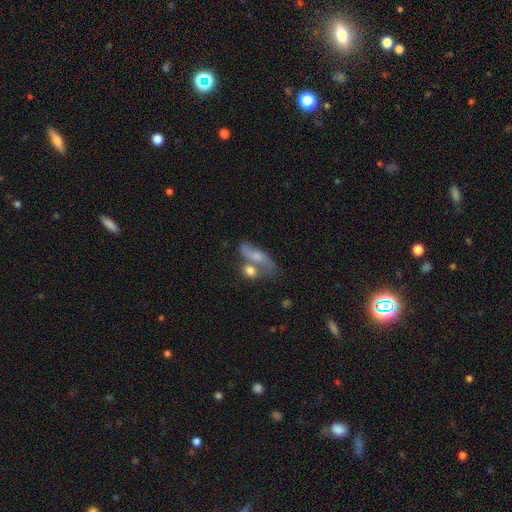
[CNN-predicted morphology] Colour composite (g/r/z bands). It shows a featured or disk galaxy (46%). Merging: merger (38%).